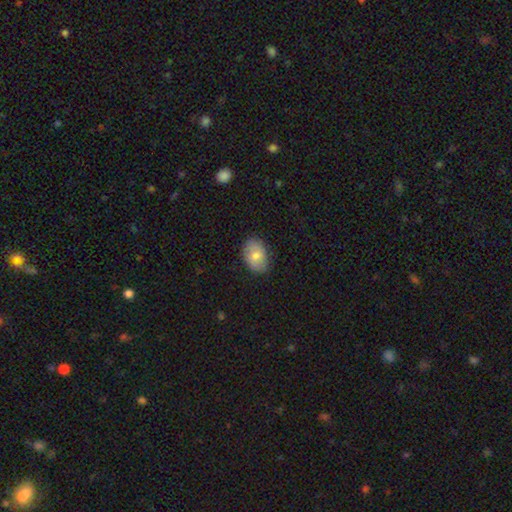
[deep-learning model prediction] Smooth or featured? smooth (75%)
How rounded? in between (84%)
Merging? none (83%)